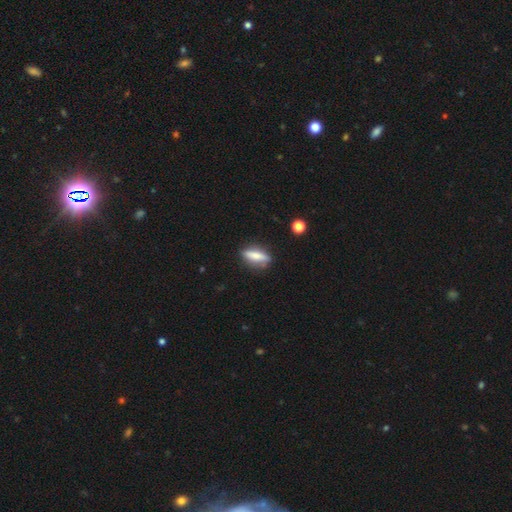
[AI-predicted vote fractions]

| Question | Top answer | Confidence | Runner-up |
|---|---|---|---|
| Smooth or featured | smooth | 60% | featured or disk (32%) |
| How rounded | cigar-shaped | 62% | in between (35%) |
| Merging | none | 83% | minor disturbance (12%) |